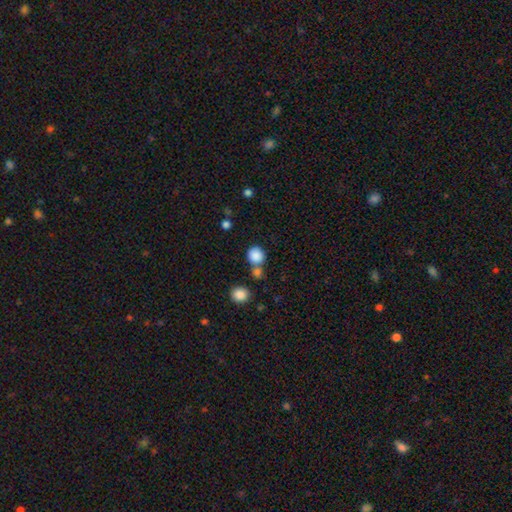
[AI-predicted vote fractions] Smooth or featured: smooth — 86% (star or artifact — 10%)
How rounded: round — 85% (in between — 14%)
Merging: none — 60% (merger — 26%)